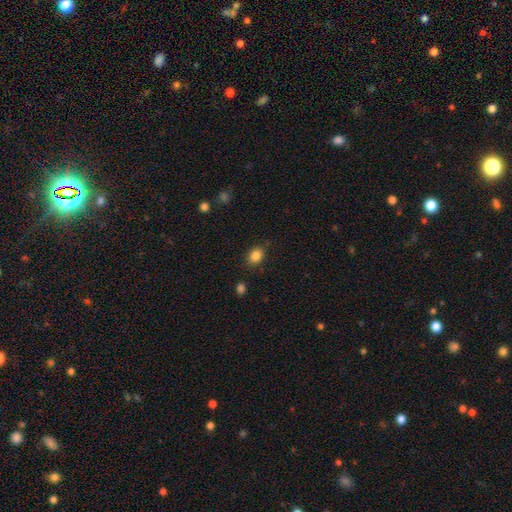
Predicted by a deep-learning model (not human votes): smooth_or_featured: smooth (p=0.85) [alt: star or artifact p=0.10]
how_rounded: in between (p=0.57) [alt: round p=0.42]
merging: none (p=0.82) [alt: minor disturbance p=0.13]